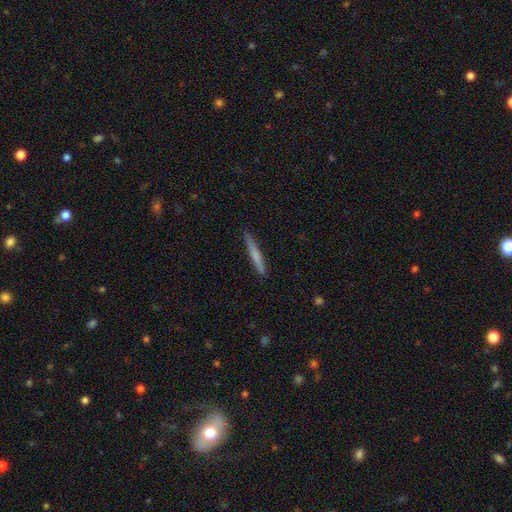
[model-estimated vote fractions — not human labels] The model was most divided on "smooth or featured": smooth: 63%, featured or disk: 31%, star or artifact: 6%. More confident: how rounded — cigar-shaped (96%); merging — none (88%).